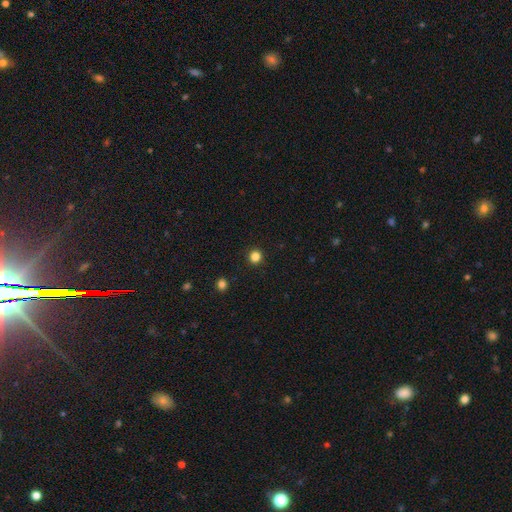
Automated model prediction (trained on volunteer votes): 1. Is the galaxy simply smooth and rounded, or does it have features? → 84% smooth, 13% star or artifact, 3% featured or disk.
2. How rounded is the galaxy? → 95% round, 4% in between, 1% cigar-shaped.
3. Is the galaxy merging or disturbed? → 93% none, 4% minor disturbance, 2% major disturbance, 1% merger.